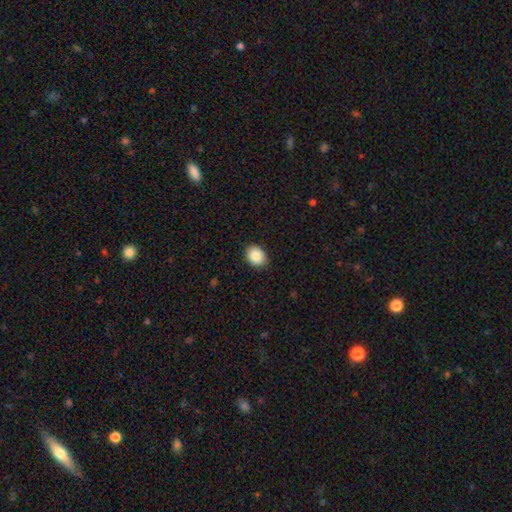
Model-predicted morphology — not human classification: Smooth or featured? Predicted: smooth (p=0.87). How rounded? Predicted: in between (p=0.56). Merging? Predicted: none (p=0.88).